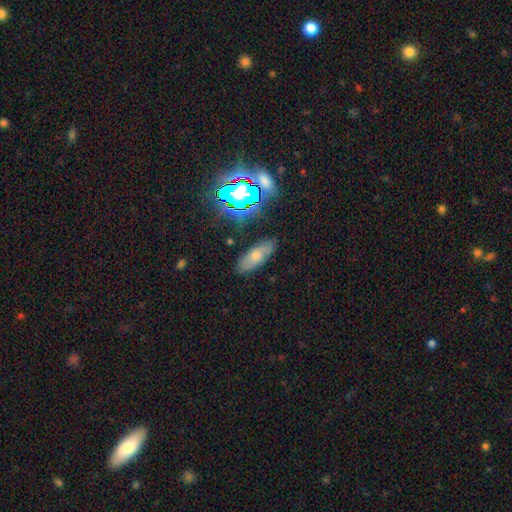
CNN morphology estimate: smooth 55%, featured or disk 31%, star or artifact 14%. Down the decision tree: how rounded — in between (73%); merging — none (79%).